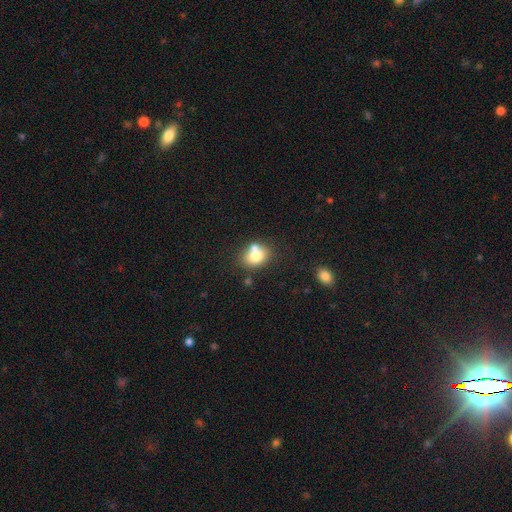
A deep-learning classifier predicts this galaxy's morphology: This is likely a smooth galaxy (74%). How rounded: possibly in between (52%). Merging: possibly none (52%).